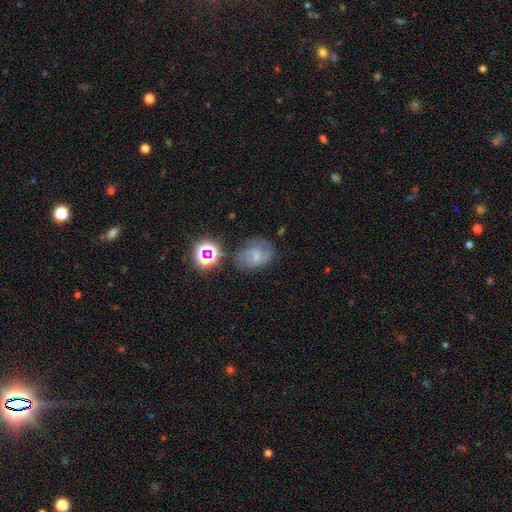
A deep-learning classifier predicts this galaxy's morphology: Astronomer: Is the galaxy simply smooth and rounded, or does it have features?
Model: featured or disk — 41% (runner-up: smooth, 40%).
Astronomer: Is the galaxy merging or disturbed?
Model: none — 57%.